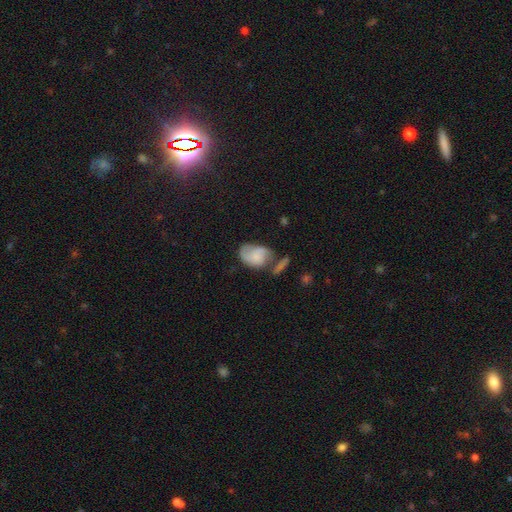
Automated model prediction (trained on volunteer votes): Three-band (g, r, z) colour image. It shows a smooth galaxy with no disk features (50%) that is in between round and cigar-shaped (80%). Merging: none (33%).